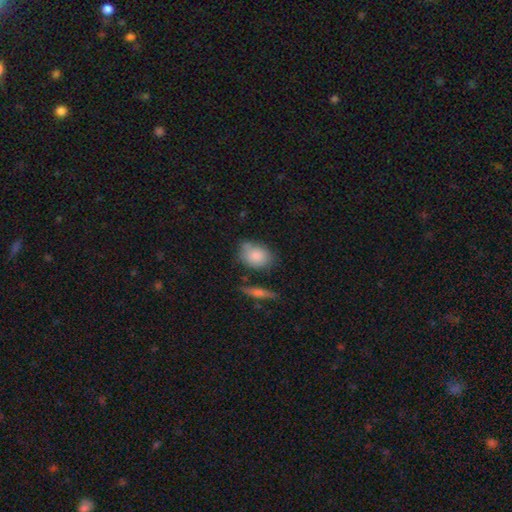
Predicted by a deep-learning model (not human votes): smooth_or_featured: smooth (p=0.84) [alt: featured or disk p=0.09]
how_rounded: in between (p=0.68) [alt: round p=0.30]
merging: none (p=0.63) [alt: minor disturbance p=0.24]